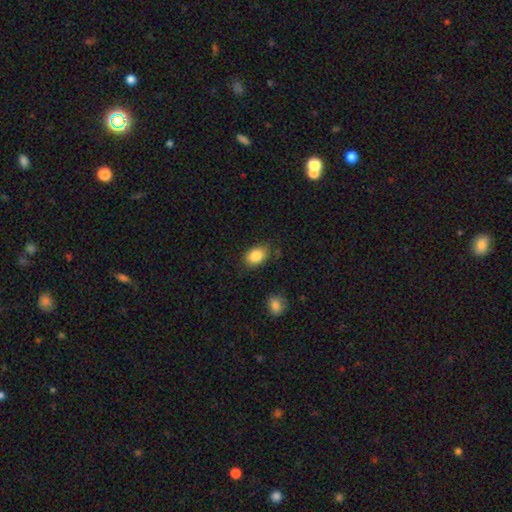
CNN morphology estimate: Smooth or featured? smooth (86%)
How rounded? in between (77%)
Merging? none (78%)